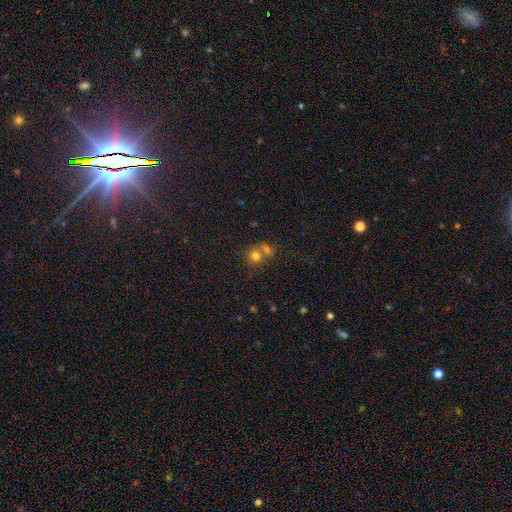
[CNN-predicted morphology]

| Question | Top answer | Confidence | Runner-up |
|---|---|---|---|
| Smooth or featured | smooth | 74% | star or artifact (14%) |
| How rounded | round | 76% | in between (23%) |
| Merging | merger | 49% | none (39%) |